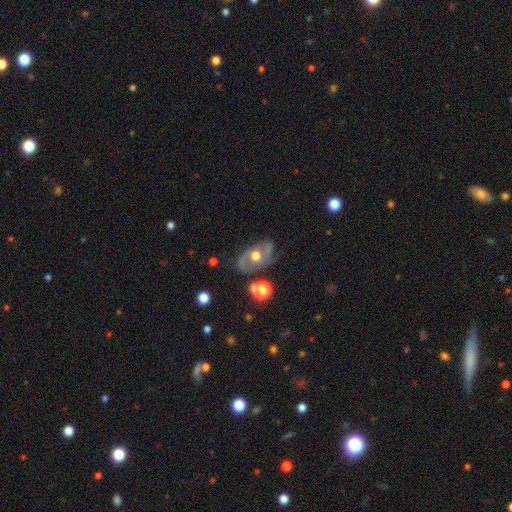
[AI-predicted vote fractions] A featured or disk galaxy (67%) with no bar (75%), spiral arms (65%) and a moderate central bulge (67%). Merging: none (66%).